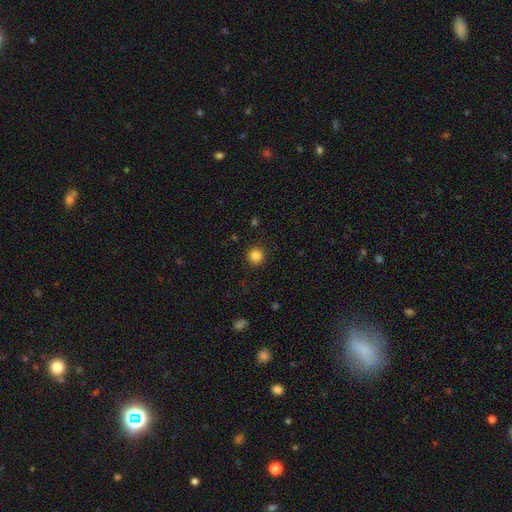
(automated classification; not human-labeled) Smooth or featured: smooth — 85% (star or artifact — 11%)
How rounded: round — 94% (in between — 6%)
Merging: none — 91% (minor disturbance — 5%)